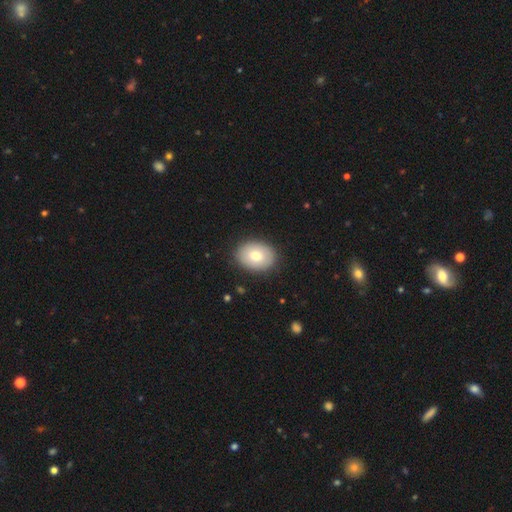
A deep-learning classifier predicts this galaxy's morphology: smooth 76%, featured or disk 17%, star or artifact 7%. Down the decision tree: how rounded — in between (58%); merging — none (88%).